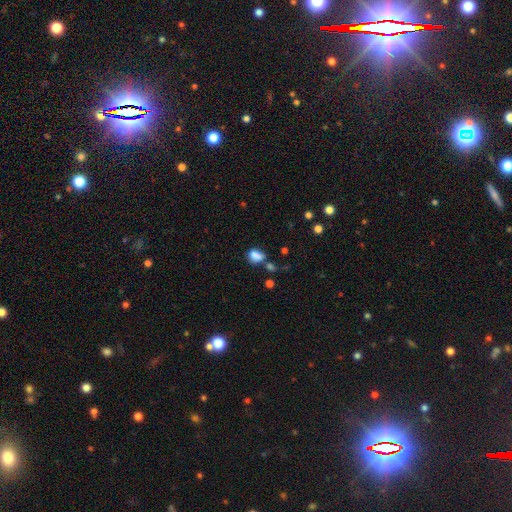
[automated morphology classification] This appears to be a smooth galaxy with no disk features (79%) that is in between round and cigar-shaped (60%). Merging: none (45%).